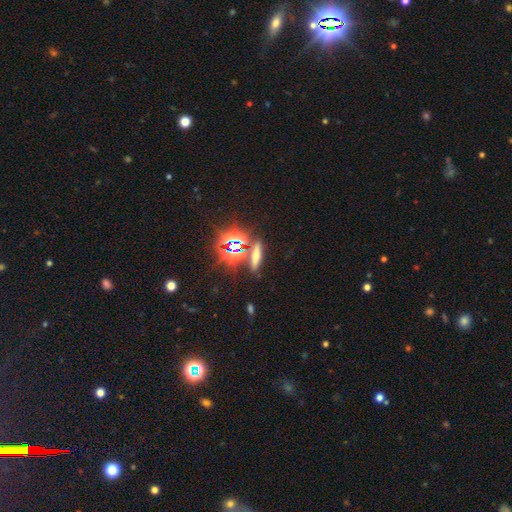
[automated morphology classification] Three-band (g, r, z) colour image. It shows a smooth galaxy with no disk features (40%). Merging: none (80%).